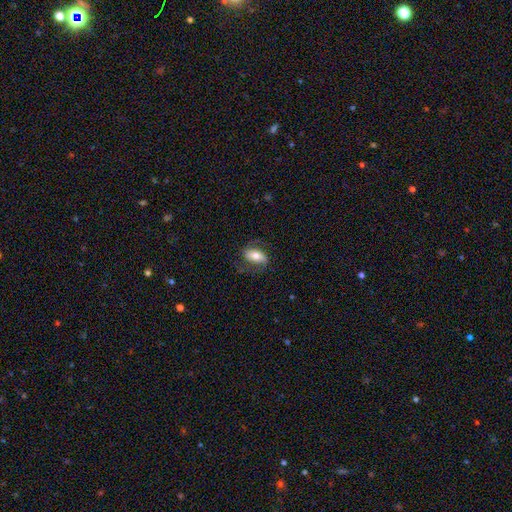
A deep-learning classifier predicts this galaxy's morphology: smooth_or_featured: smooth (p=0.48) [alt: featured or disk p=0.45]
merging: none (p=0.68) [alt: minor disturbance p=0.19]